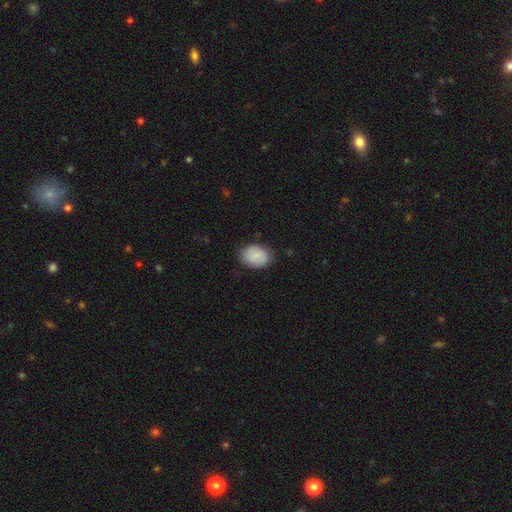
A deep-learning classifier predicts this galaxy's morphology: smooth_or_featured: smooth (p=0.81) [alt: featured or disk p=0.12]
how_rounded: in between (p=0.76) [alt: round p=0.23]
merging: none (p=0.81) [alt: minor disturbance p=0.15]